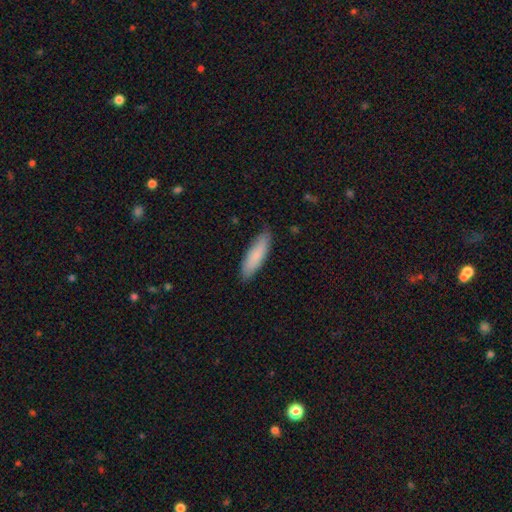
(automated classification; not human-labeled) This is clearly a smooth galaxy (84%). How rounded: likely cigar-shaped (62%). Merging: clearly none (85%).